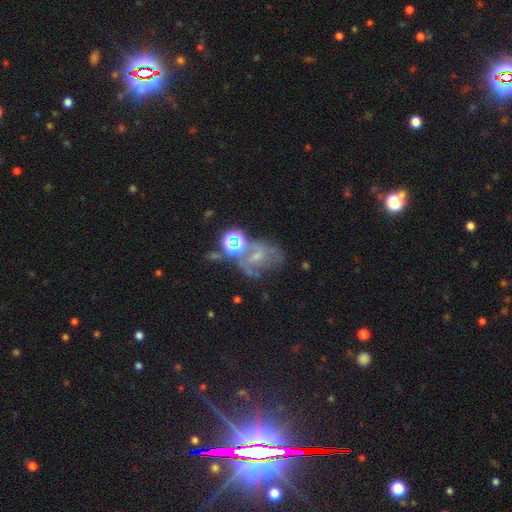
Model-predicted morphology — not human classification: Smooth or featured?
  - featured or disk: 45% *
  - star or artifact: 32%
  - smooth: 23%
Merging?
  - none: 35% *
  - major disturbance: 26%
  - merger: 21%
  - minor disturbance: 18%